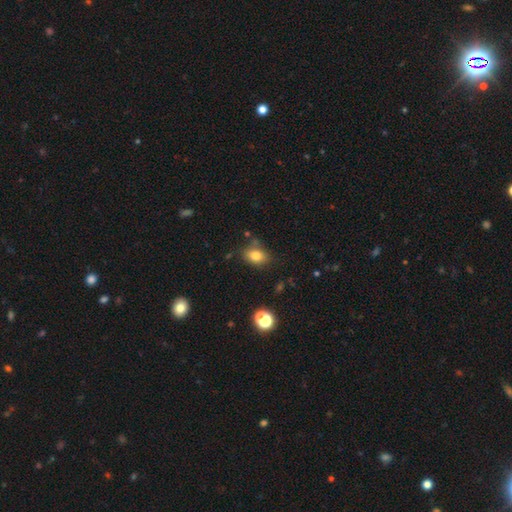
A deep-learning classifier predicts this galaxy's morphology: This is clearly a smooth galaxy (81%). How rounded: likely in between (75%). Merging: likely none (73%).